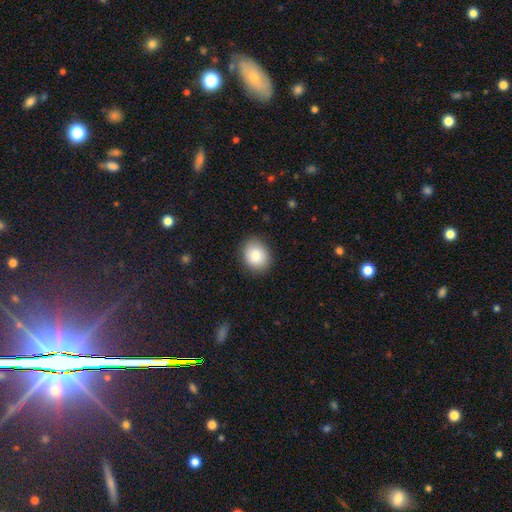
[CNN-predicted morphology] smooth_or_featured: smooth (p=0.85) [alt: star or artifact p=0.08]
how_rounded: round (p=0.59) [alt: in between p=0.40]
merging: none (p=0.88) [alt: minor disturbance p=0.09]